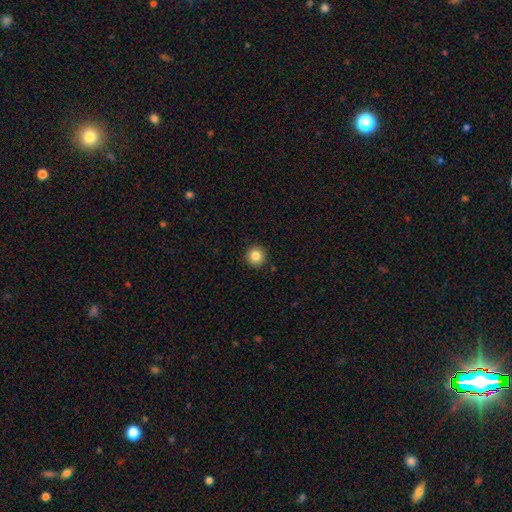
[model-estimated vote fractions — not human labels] smooth_or_featured: smooth (p=0.85) [alt: star or artifact p=0.10]
how_rounded: round (p=0.95) [alt: in between p=0.04]
merging: none (p=0.92) [alt: minor disturbance p=0.05]